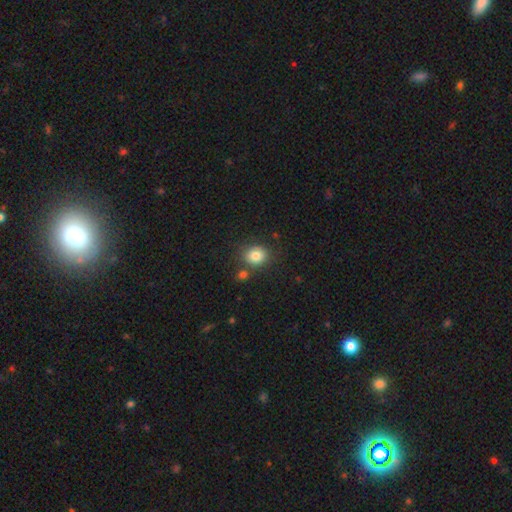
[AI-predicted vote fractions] Smooth or featured? smooth (82%)
How rounded? round (69%)
Merging? none (73%)